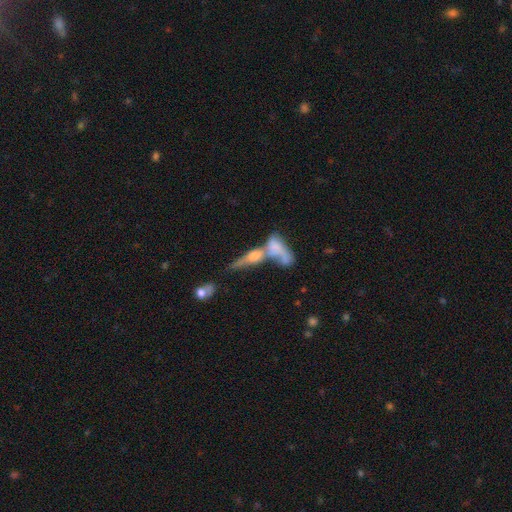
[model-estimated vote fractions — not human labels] A featured or disk galaxy (52%) viewed edge-on (55%). Merging: merger (64%).